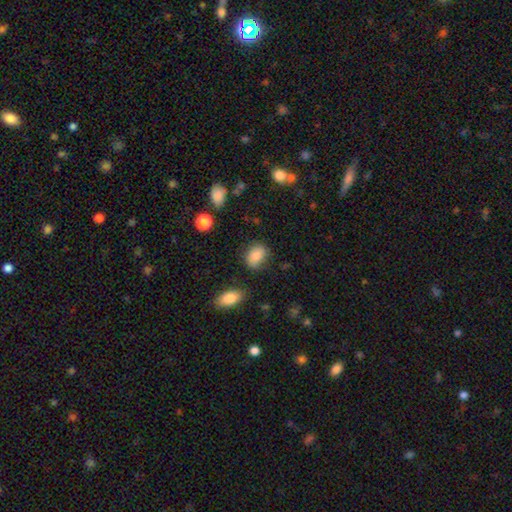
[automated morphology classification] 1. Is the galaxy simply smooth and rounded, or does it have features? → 83% smooth, 9% featured or disk, 8% star or artifact.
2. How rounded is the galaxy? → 66% in between, 33% round, 1% cigar-shaped.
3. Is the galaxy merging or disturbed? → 76% none, 17% minor disturbance, 4% major disturbance, 3% merger.